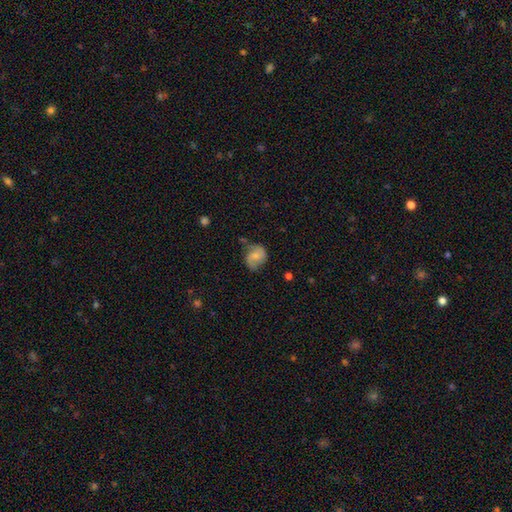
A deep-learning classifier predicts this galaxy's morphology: smooth_or_featured: featured or disk (p=0.55) [alt: smooth p=0.38]
disk_edge_on: no (p=0.97) [alt: yes p=0.03]
bar: no (p=0.55) [alt: weak p=0.37]
has_spiral_arms: yes (p=0.87) [alt: no p=0.13]
bulge_size: small (p=0.45) [alt: moderate p=0.43]
merging: none (p=0.58) [alt: minor disturbance p=0.28]